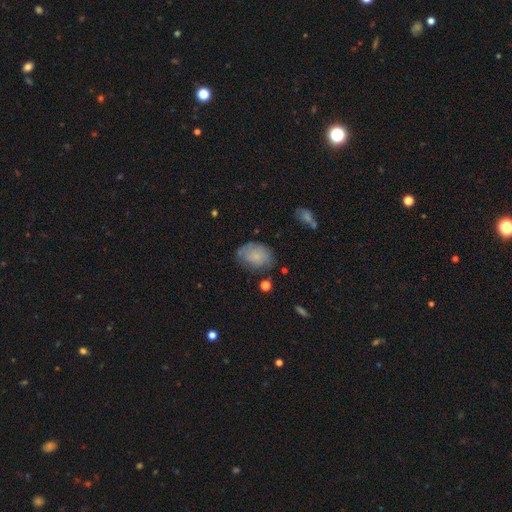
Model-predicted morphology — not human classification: A smooth galaxy with no disk features (68%) that is in between round and cigar-shaped (72%).

Vote fractions:
- Smooth or featured? smooth: 68% / featured or disk: 23% / star or artifact: 9%
- How rounded? in between: 72% / round: 27% / cigar-shaped: 1%
- Merging? none: 61% / minor disturbance: 27% / major disturbance: 9% / merger: 3%